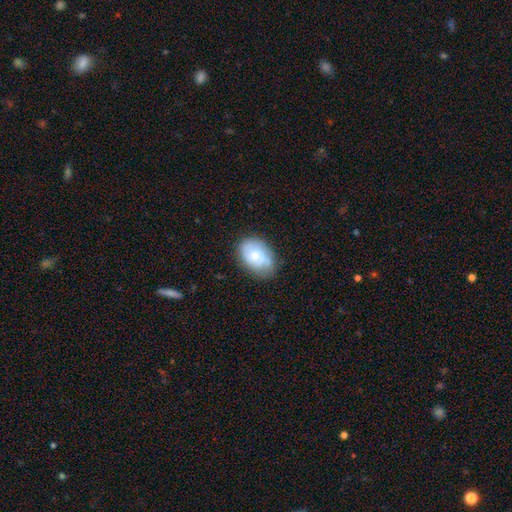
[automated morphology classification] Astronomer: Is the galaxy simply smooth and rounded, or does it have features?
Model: smooth — 53% (runner-up: featured or disk, 39%).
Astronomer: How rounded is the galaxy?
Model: in between — 80%.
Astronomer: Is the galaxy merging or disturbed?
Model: none — 70%.